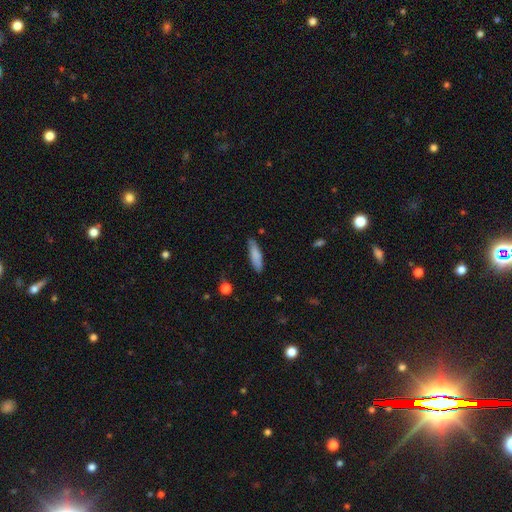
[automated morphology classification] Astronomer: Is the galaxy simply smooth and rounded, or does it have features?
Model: smooth — 80%.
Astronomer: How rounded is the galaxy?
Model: cigar-shaped — 60% (runner-up: in between, 38%).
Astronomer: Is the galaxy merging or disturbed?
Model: none — 78%.